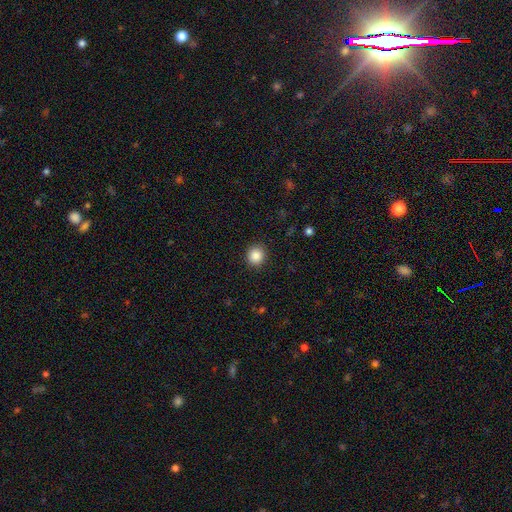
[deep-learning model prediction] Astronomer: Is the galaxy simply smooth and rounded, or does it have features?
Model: smooth — 87%.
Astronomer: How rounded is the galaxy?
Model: round — 91%.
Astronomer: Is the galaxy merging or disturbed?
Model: none — 91%.